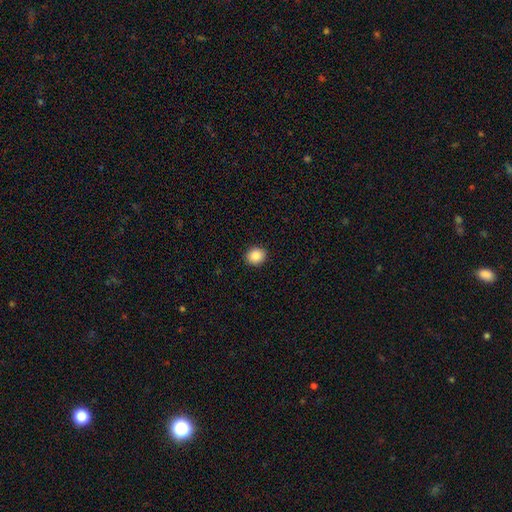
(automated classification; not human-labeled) smooth 87%, star or artifact 9%, featured or disk 4%. Down the decision tree: how rounded — round (76%); merging — none (92%).